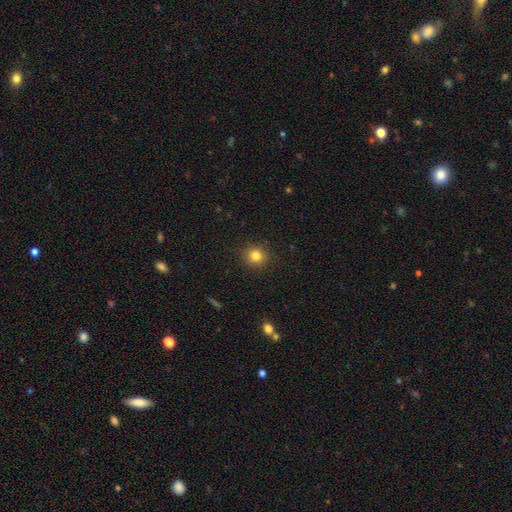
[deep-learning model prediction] A smooth galaxy with no disk features (83%) that is round (89%). Merging: none (90%).